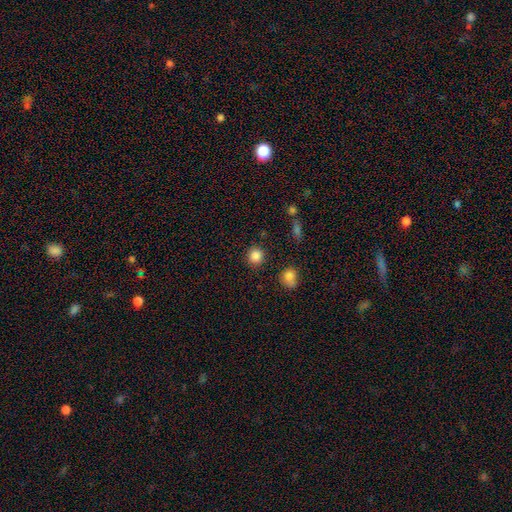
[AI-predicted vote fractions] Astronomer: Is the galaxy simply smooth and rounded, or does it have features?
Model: smooth — 85%.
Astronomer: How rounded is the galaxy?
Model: round — 91%.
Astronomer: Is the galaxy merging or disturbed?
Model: none — 88%.